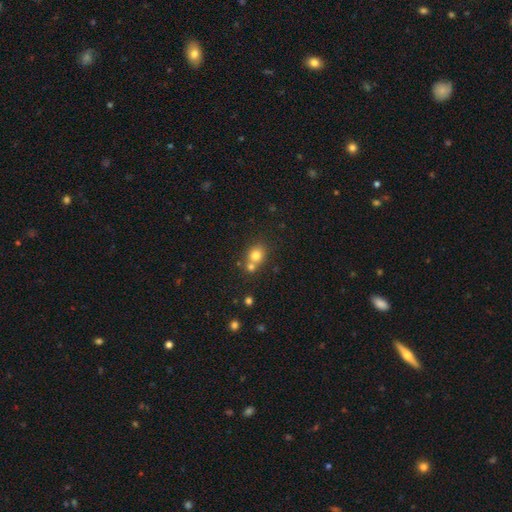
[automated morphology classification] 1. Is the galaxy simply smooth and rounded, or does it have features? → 77% smooth, 12% star or artifact, 10% featured or disk.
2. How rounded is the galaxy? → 75% round, 24% in between, 1% cigar-shaped.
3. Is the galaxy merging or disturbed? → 47% none, 42% merger, 8% minor disturbance, 3% major disturbance.